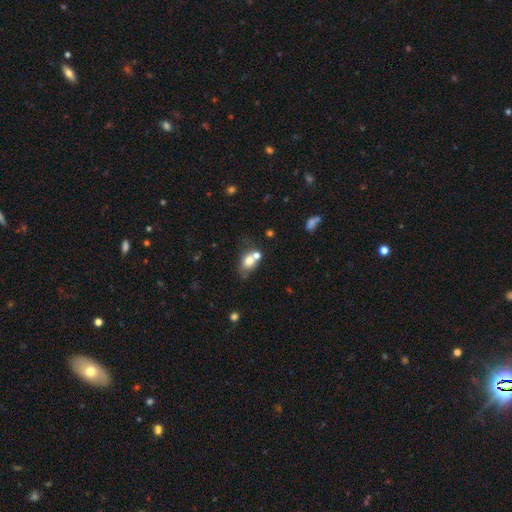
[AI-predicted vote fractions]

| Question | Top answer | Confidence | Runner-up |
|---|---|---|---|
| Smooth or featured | smooth | 71% | featured or disk (17%) |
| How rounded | in between | 53% | round (46%) |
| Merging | merger | 45% | none (36%) |